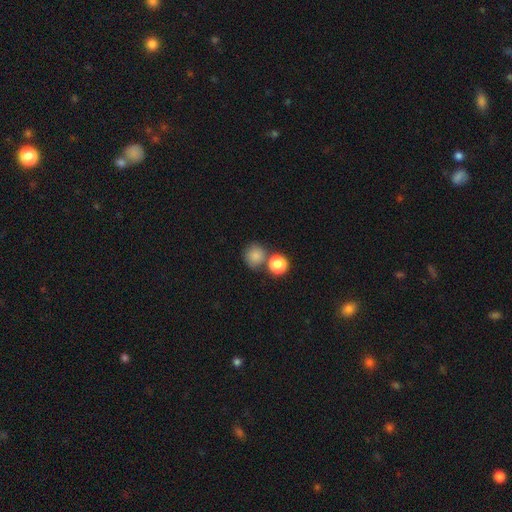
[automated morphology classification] Smooth or featured?
  - smooth: 83% *
  - star or artifact: 11%
  - featured or disk: 6%
How rounded?
  - round: 87% *
  - in between: 12%
  - cigar-shaped: 1%
Merging?
  - none: 61% *
  - merger: 24%
  - minor disturbance: 11%
  - major disturbance: 4%